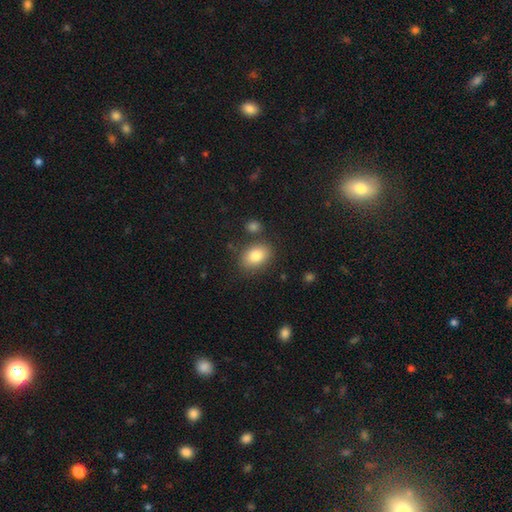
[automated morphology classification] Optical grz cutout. It shows a smooth galaxy with no disk features (82%) that is in between round and cigar-shaped (79%). Merging: none (80%).